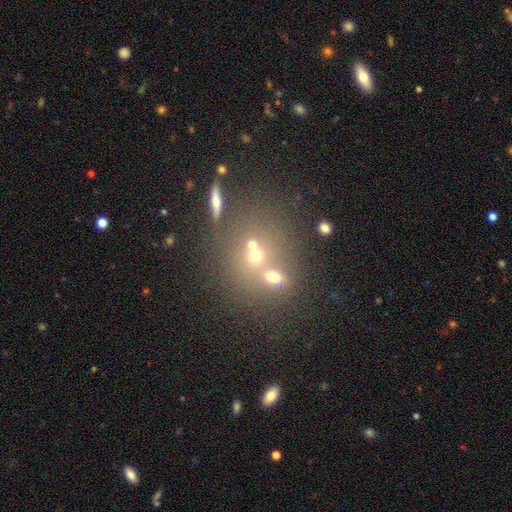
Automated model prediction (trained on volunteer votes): This appears to be a smooth galaxy with no disk features (52%) that is round (70%). Merging: merger (51%).